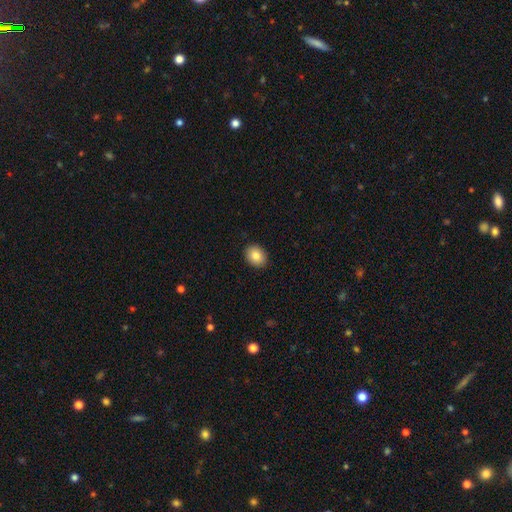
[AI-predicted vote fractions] A smooth galaxy with no disk features (87%) that is in between round and cigar-shaped (58%).

Vote fractions:
- Smooth or featured? smooth: 87% / star or artifact: 8% / featured or disk: 5%
- How rounded? in between: 58% / round: 42% / cigar-shaped: 1%
- Merging? none: 90% / minor disturbance: 7% / major disturbance: 2% / merger: 1%